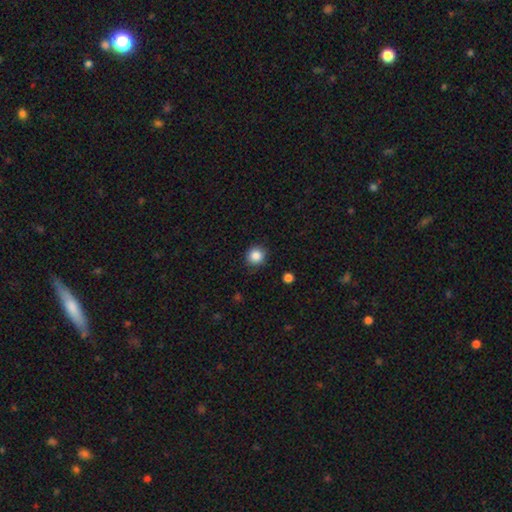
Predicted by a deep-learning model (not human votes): smooth-or-featured: smooth: 86% | star or artifact: 10% | featured or disk: 4%
  how-rounded: round: 91% | in between: 8% | cigar-shaped: 1%
  merging: none: 87% | minor disturbance: 9% | major disturbance: 2% | merger: 1%